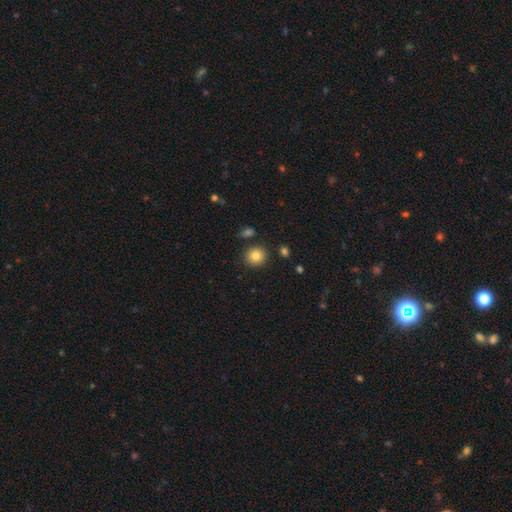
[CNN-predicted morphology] Smooth or featured?
  - smooth: 84% *
  - star or artifact: 10%
  - featured or disk: 6%
How rounded?
  - round: 87% *
  - in between: 12%
  - cigar-shaped: 1%
Merging?
  - none: 86% *
  - minor disturbance: 7%
  - merger: 4%
  - major disturbance: 2%